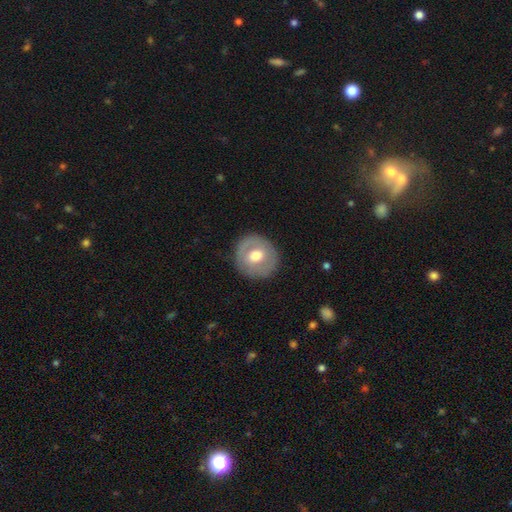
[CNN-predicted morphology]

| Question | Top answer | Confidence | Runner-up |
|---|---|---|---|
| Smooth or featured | smooth | 51% | featured or disk (43%) |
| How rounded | round | 86% | in between (13%) |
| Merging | none | 85% | minor disturbance (10%) |